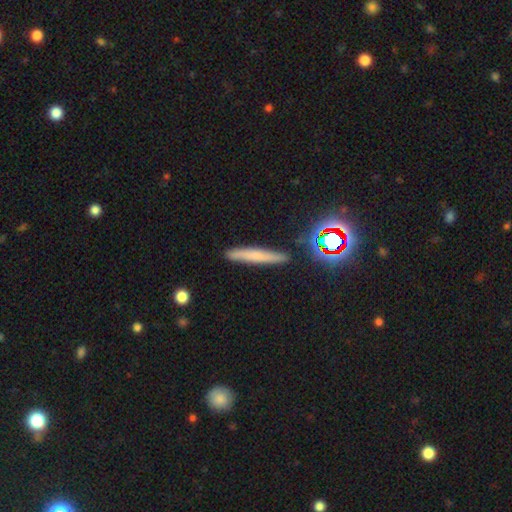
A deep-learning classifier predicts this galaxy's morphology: Smooth or featured? smooth (57%)
How rounded? cigar-shaped (92%)
Merging? none (87%)